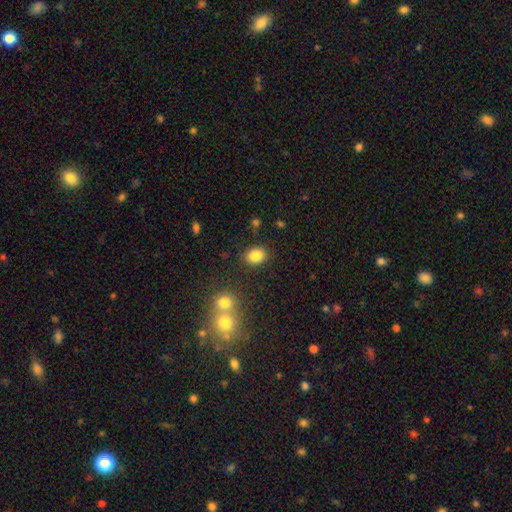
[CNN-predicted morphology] Smooth or featured? Predicted: smooth (p=0.84). How rounded? Predicted: in between (p=0.61). Merging? Predicted: none (p=0.84).